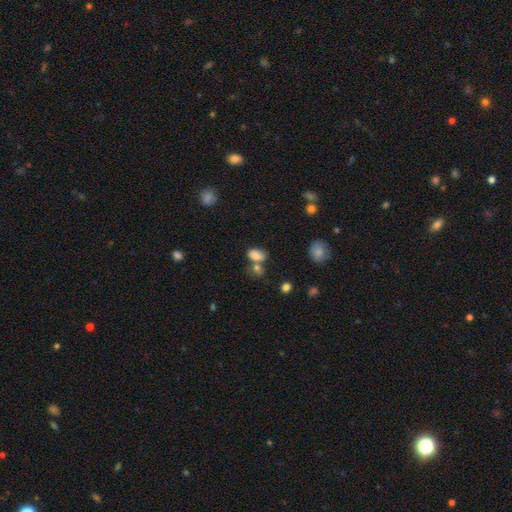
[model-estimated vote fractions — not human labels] smooth_or_featured: smooth (p=0.78) [alt: featured or disk p=0.11]
how_rounded: in between (p=0.85) [alt: round p=0.13]
merging: none (p=0.45) [alt: merger p=0.35]